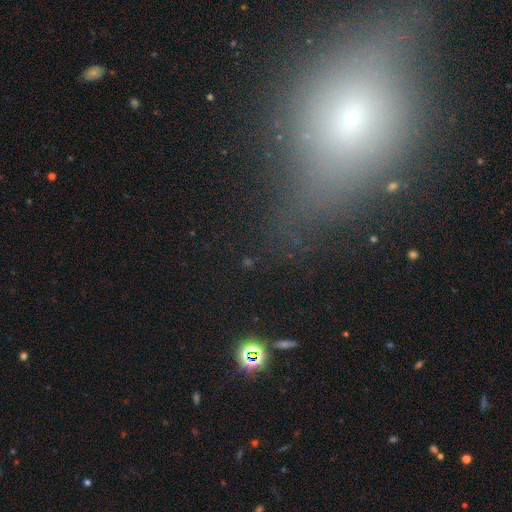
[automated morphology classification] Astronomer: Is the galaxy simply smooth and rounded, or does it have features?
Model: smooth — 44% (runner-up: star or artifact, 37%).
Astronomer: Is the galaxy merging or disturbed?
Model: none — 67%.